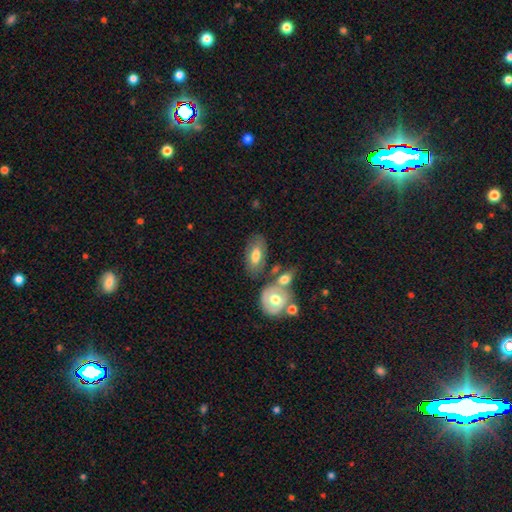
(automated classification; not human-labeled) smooth_or_featured: smooth (p=0.63) [alt: featured or disk p=0.31]
how_rounded: in between (p=0.89) [alt: round p=0.06]
merging: none (p=0.57) [alt: merger p=0.19]